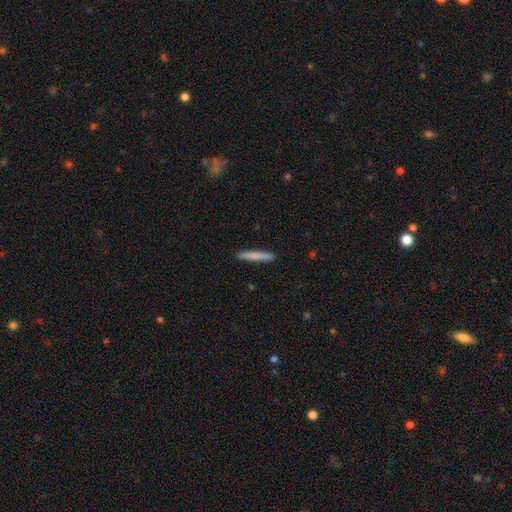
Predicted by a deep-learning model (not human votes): Overall: smooth (77%). How rounded: cigar-shaped (96%). Merging: none (92%).